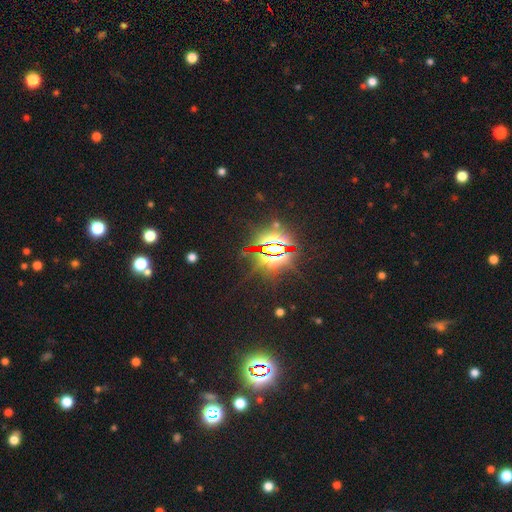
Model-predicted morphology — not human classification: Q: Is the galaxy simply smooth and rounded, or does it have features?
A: star or artifact — 85%.